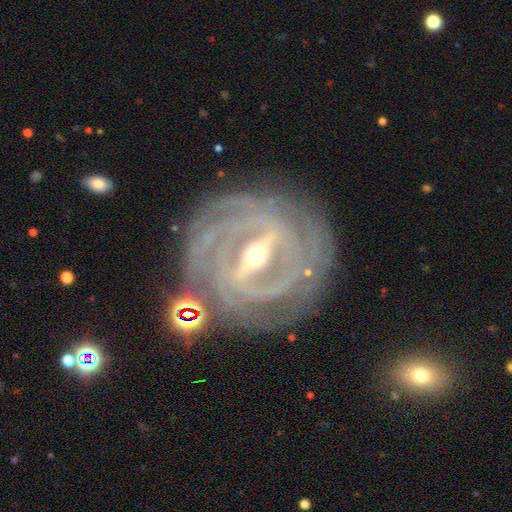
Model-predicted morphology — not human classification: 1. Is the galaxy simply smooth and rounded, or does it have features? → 92% featured or disk, 5% star or artifact, 4% smooth.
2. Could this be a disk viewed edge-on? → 94% no, 6% yes.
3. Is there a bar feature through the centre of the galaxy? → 76% strong, 18% weak, 6% no.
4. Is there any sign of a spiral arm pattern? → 95% yes, 5% no.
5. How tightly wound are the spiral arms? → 78% tight, 18% medium, 4% loose.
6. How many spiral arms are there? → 25% 4, 22% 3, 22% can't tell, 14% 2, 11% more than 4, 6% 1.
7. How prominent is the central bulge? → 60% small, 37% moderate, 2% large, 1% none, 1% dominant.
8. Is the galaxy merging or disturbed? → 74% none, 14% minor disturbance, 6% major disturbance, 6% merger.